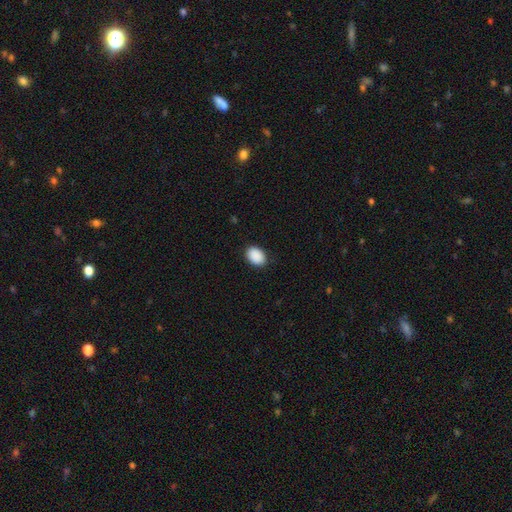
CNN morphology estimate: smooth 91%, star or artifact 7%, featured or disk 2%. Down the decision tree: how rounded — in between (77%); merging — none (89%).